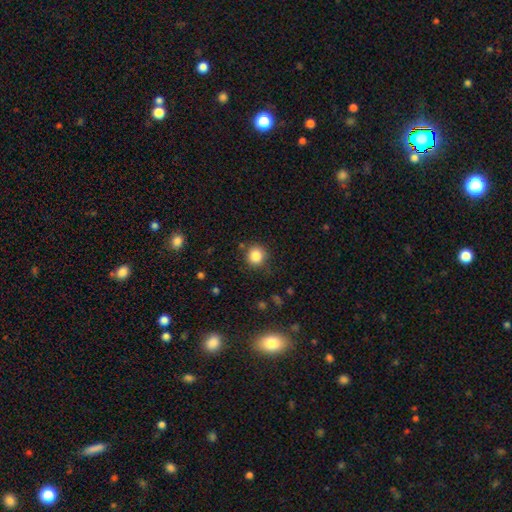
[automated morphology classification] Q: Smooth or featured?
A: smooth (85%); runner-up: star or artifact (11%)
Q: How rounded?
A: round (89%); runner-up: in between (10%)
Q: Merging?
A: none (83%); runner-up: minor disturbance (11%)